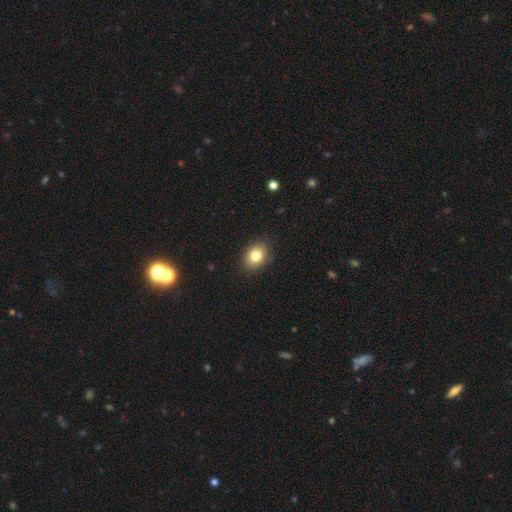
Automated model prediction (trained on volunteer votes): smooth 82%, star or artifact 10%, featured or disk 9%. Down the decision tree: how rounded — in between (61%); merging — none (86%).